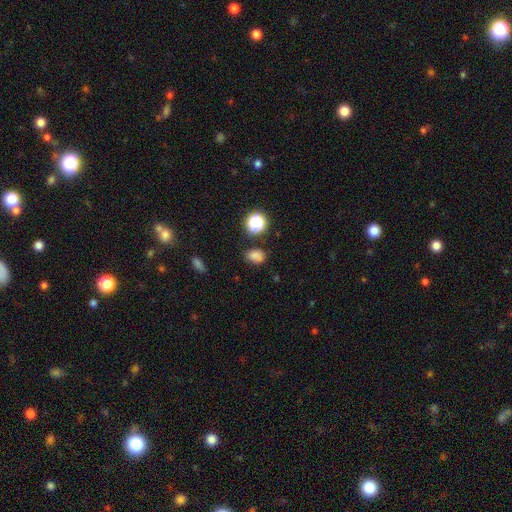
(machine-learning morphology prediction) This appears to be a smooth galaxy with no disk features (78%) that is in between round and cigar-shaped (67%). Merging: none (77%).